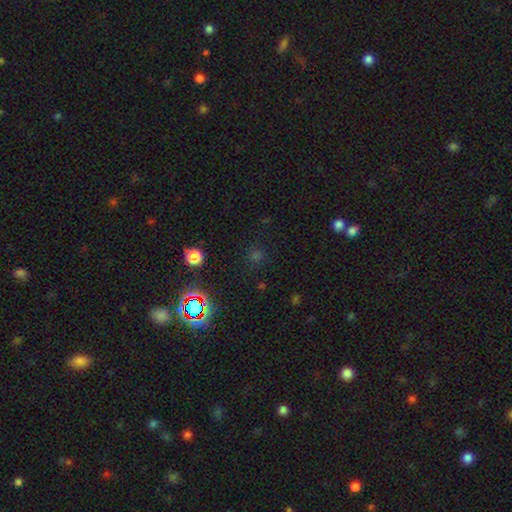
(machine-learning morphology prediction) This appears to be a star or artifact, not a galaxy (54%).